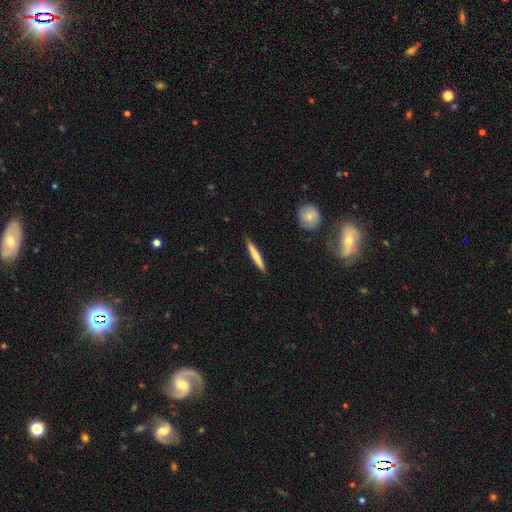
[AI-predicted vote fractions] smooth_or_featured: smooth (p=0.64) [alt: featured or disk p=0.31]
how_rounded: cigar-shaped (p=0.95) [alt: in between p=0.03]
merging: none (p=0.90) [alt: minor disturbance p=0.07]